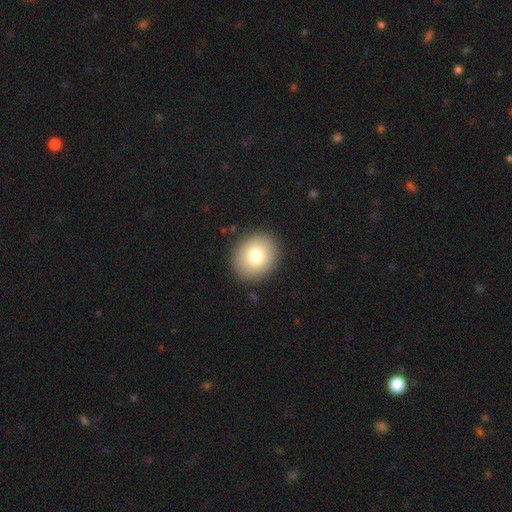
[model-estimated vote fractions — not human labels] Smooth or featured? Predicted: smooth (p=0.78). How rounded? Predicted: round (p=0.67). Merging? Predicted: none (p=0.90).